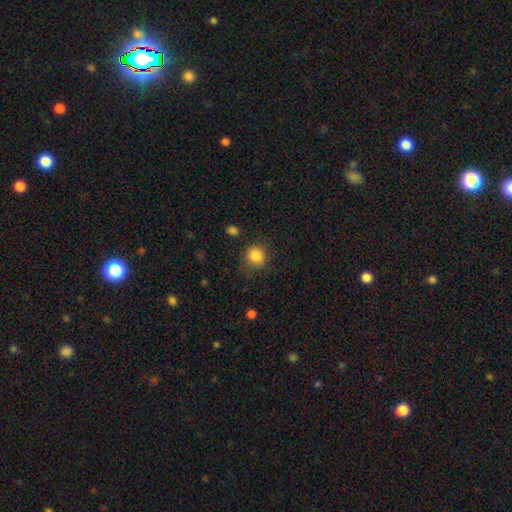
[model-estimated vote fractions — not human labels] A smooth galaxy with no disk features (85%) that is round (88%). Merging: none (81%).